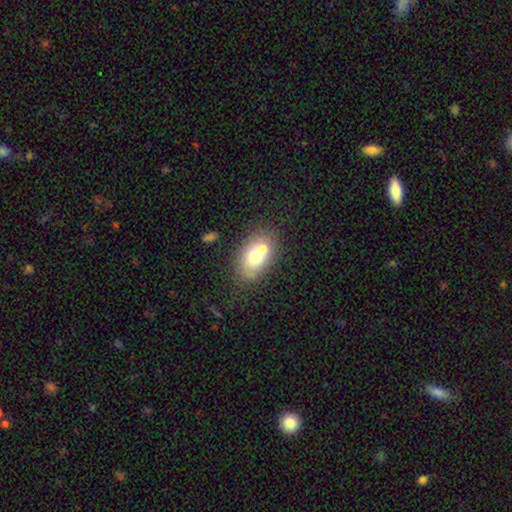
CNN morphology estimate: type=smooth (64%); roundness=in between (80%); merging=none (49%).